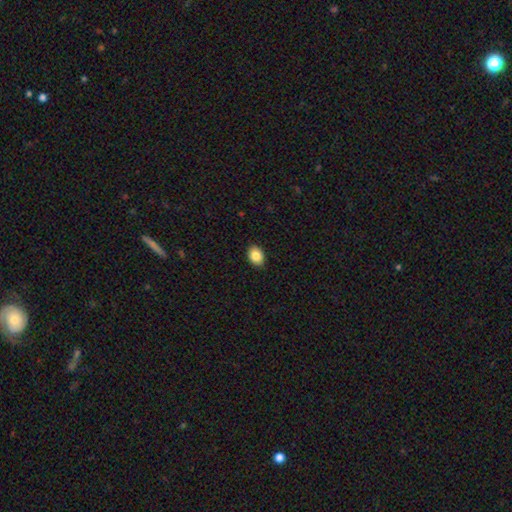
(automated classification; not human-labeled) Smooth or featured: smooth — 86% (star or artifact — 8%)
How rounded: in between — 73% (round — 26%)
Merging: none — 89% (minor disturbance — 8%)